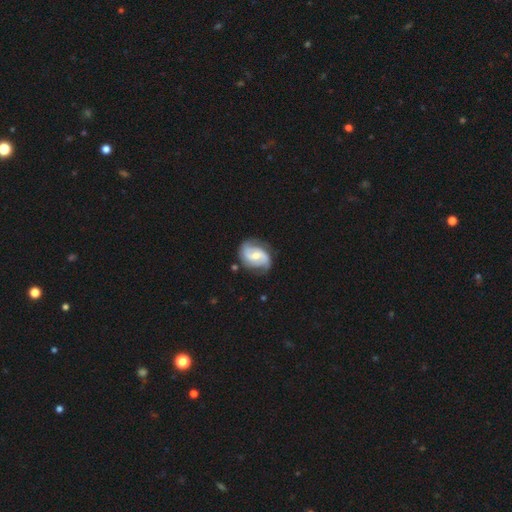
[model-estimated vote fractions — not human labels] This appears to be a featured or disk galaxy (81%) with a weak bar (49%), 2 (82%) medium (45%) spiral arms (95%) and a moderate central bulge (48%). Merging: none (71%).